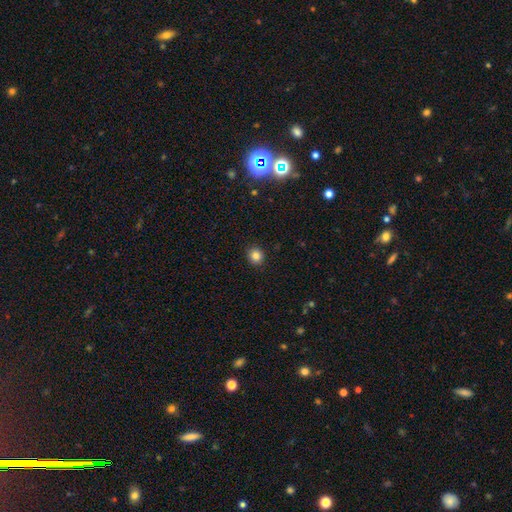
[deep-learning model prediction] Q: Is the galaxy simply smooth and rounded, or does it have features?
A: smooth — 84%.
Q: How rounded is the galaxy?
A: round — 85%.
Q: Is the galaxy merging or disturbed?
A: none — 91%.